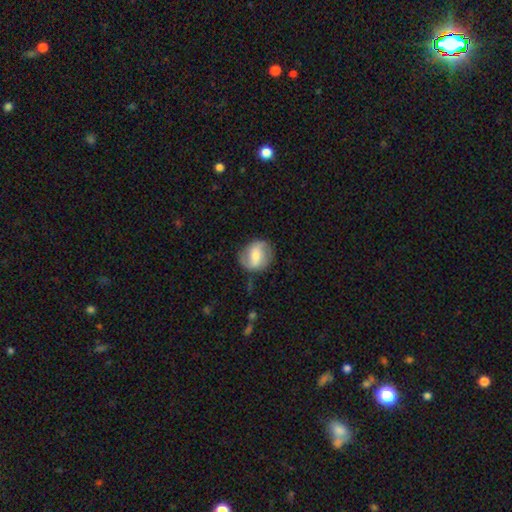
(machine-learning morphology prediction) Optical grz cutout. It shows a featured or disk galaxy (54%) with a weak bar (42%), spiral arms (78%) and a moderate central bulge (51%). Merging: none (75%).